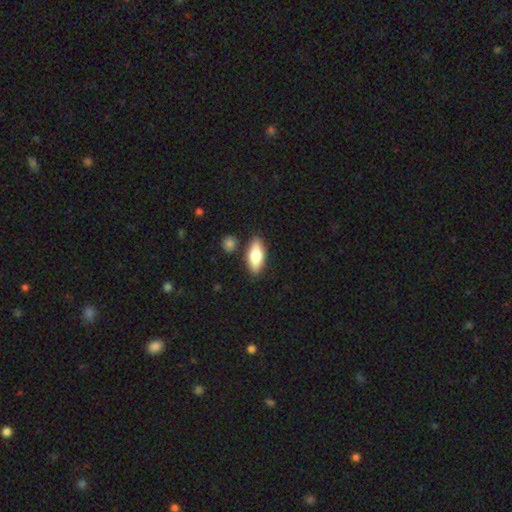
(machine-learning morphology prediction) smooth 73%, featured or disk 22%, star or artifact 6%. Down the decision tree: how rounded — in between (69%); merging — none (84%).